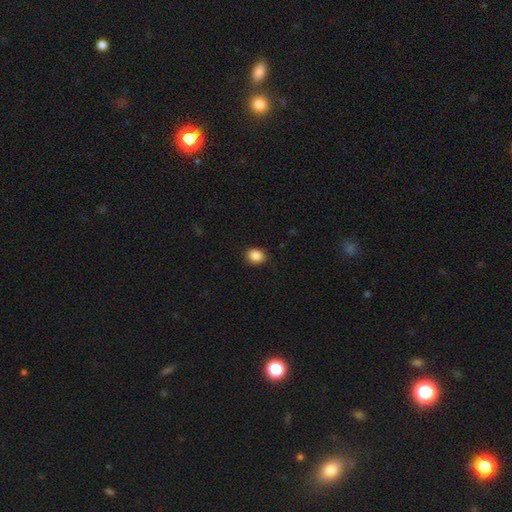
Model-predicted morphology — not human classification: Overall: smooth (88%). How rounded: round (57%; in between 42%). Merging: none (90%).